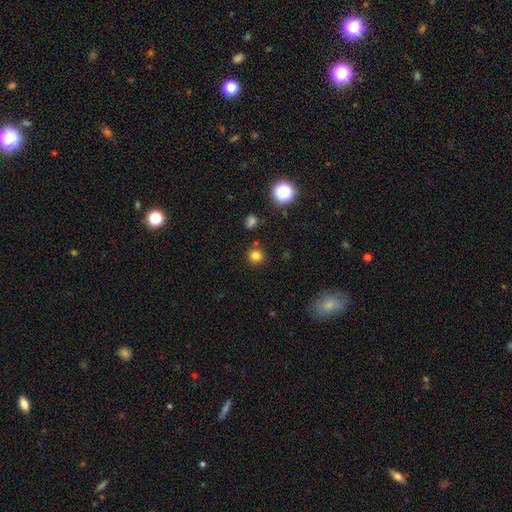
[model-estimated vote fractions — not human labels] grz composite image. It shows a smooth galaxy with no disk features (79%) that is round (92%). Merging: none (87%).